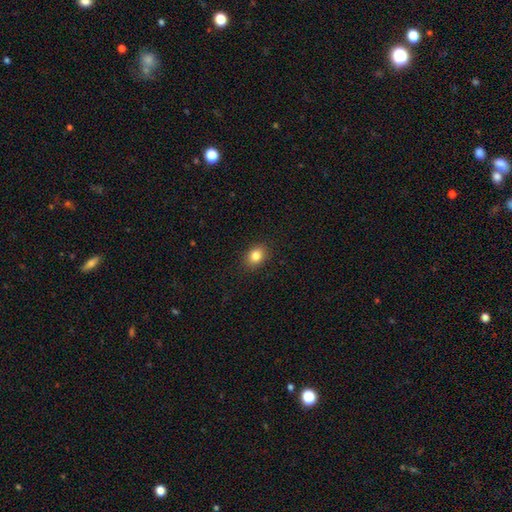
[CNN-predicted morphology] Smooth or featured?
  - smooth: 83% *
  - star or artifact: 10%
  - featured or disk: 7%
How rounded?
  - in between: 63% *
  - round: 36%
  - cigar-shaped: 1%
Merging?
  - none: 89% *
  - minor disturbance: 8%
  - major disturbance: 2%
  - merger: 1%